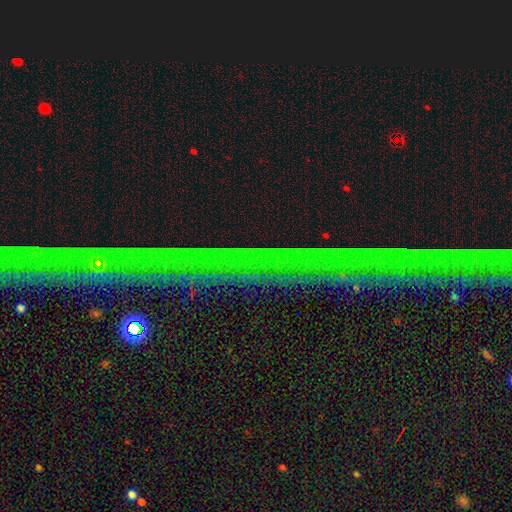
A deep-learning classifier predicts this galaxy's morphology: Overall: star or artifact (85%).